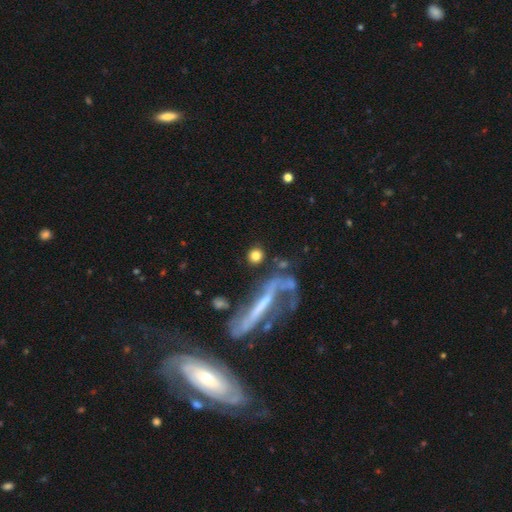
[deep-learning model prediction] smooth_or_featured: smooth (p=0.77) [alt: featured or disk p=0.14]
how_rounded: round (p=0.84) [alt: in between p=0.10]
merging: none (p=0.76) [alt: minor disturbance p=0.09]